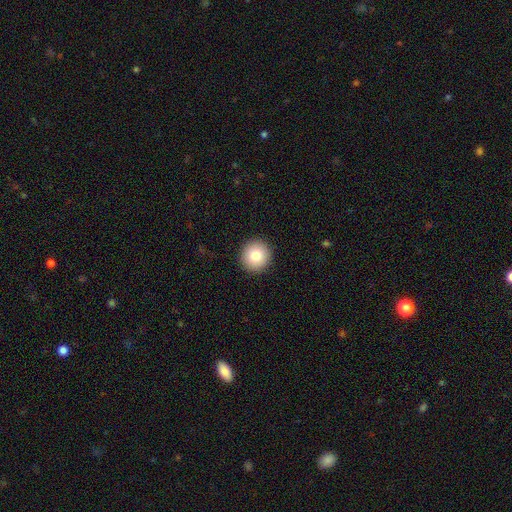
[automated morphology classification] Smooth or featured: smooth — 81% (featured or disk — 10%)
How rounded: round — 95% (in between — 4%)
Merging: none — 93% (minor disturbance — 5%)